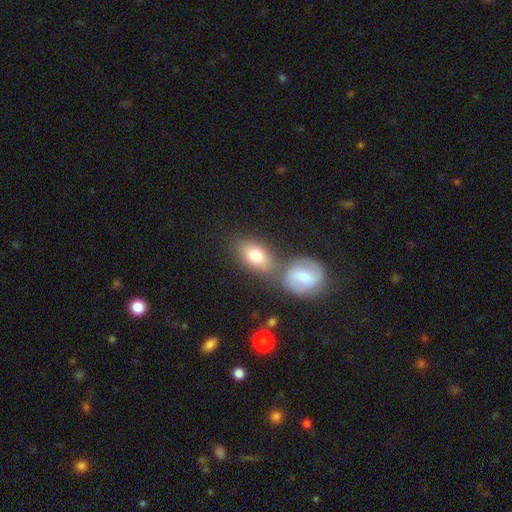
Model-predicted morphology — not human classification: Overall: smooth (77%). How rounded: in between (82%). Merging: none (49%; merger 36%).